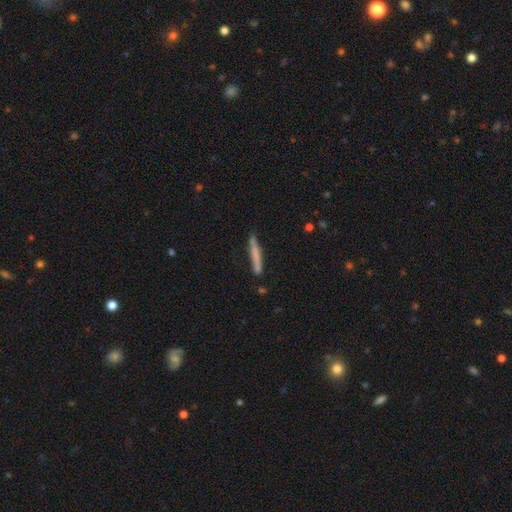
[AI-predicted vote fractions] smooth-or-featured: smooth: 68% | featured or disk: 26% | star or artifact: 6%
  how-rounded: cigar-shaped: 96% | in between: 3% | round: 1%
  merging: none: 84% | minor disturbance: 12% | merger: 2% | major disturbance: 2%